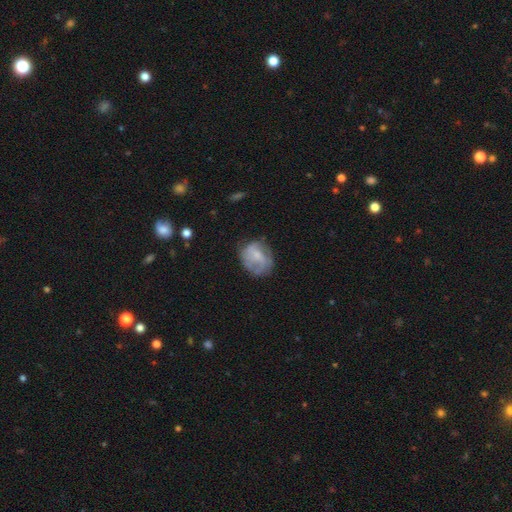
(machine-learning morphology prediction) Smooth or featured? smooth (48%)
Merging? none (56%)